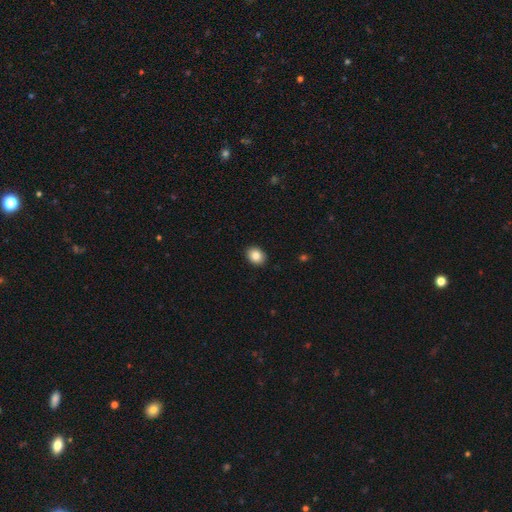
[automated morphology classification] smooth 85%, star or artifact 9%, featured or disk 6%. Down the decision tree: how rounded — in between (56%); merging — none (91%).